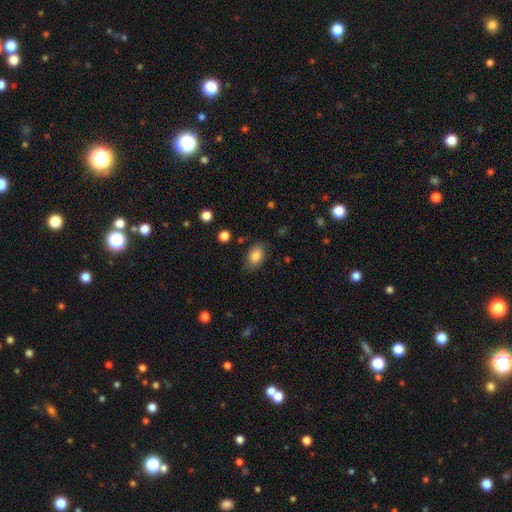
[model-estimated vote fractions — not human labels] Smooth or featured? smooth (85%)
How rounded? in between (89%)
Merging? none (79%)